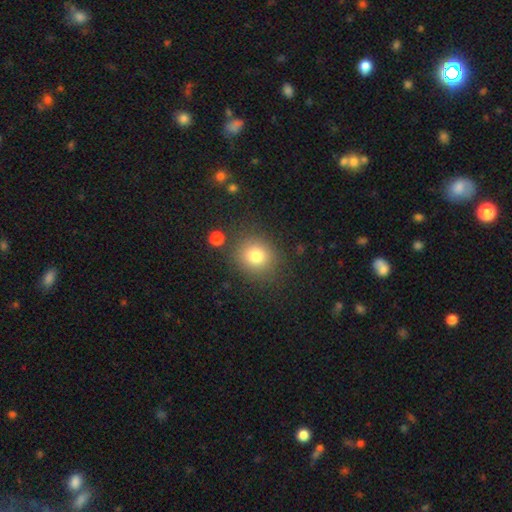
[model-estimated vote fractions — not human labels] Q: Smooth or featured?
A: smooth (79%); runner-up: star or artifact (13%)
Q: How rounded?
A: round (81%); runner-up: in between (18%)
Q: Merging?
A: none (83%); runner-up: minor disturbance (9%)